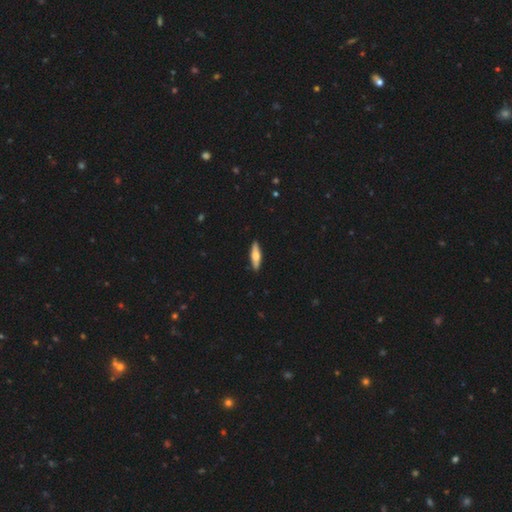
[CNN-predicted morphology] smooth-or-featured: smooth: 50% | featured or disk: 45% | star or artifact: 5%
  merging: none: 90% | minor disturbance: 8% | major disturbance: 1% | merger: 1%